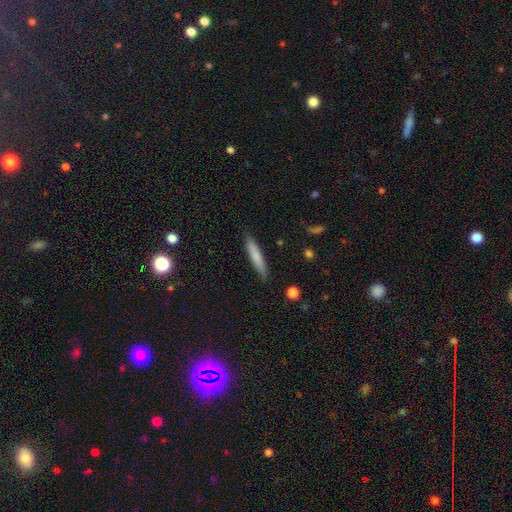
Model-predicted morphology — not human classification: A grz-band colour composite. It shows a smooth galaxy with no disk features (74%) that is cigar-shaped (90%). Merging: none (86%).